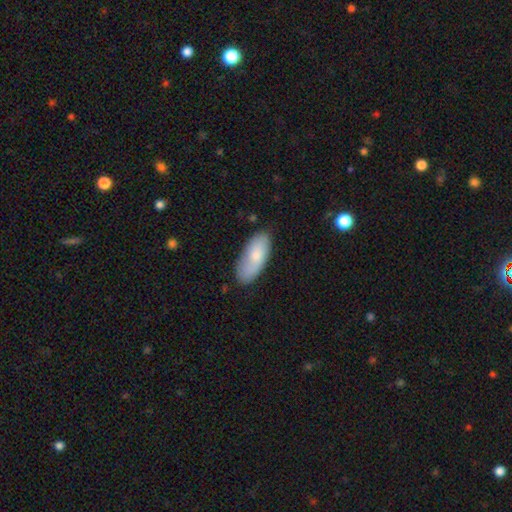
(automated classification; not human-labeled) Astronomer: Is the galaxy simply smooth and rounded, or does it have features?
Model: smooth — 77%.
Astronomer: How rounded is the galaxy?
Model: in between — 86%.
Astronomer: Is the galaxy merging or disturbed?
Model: none — 75%.